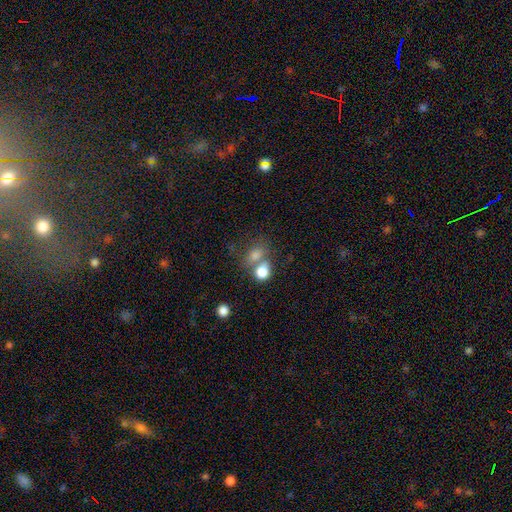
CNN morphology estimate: Smooth or featured? Predicted: smooth (p=0.70). How rounded? Predicted: in between (p=0.54). Merging? Predicted: none (p=0.40, tied with merger).